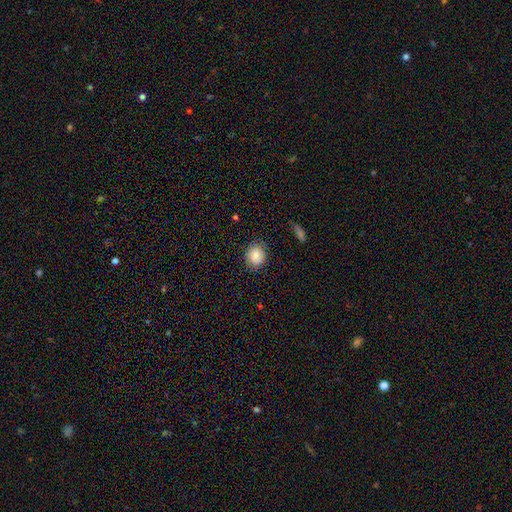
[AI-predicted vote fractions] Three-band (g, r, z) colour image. It shows a smooth galaxy with no disk features (83%) that is round (72%). Merging: none (80%).